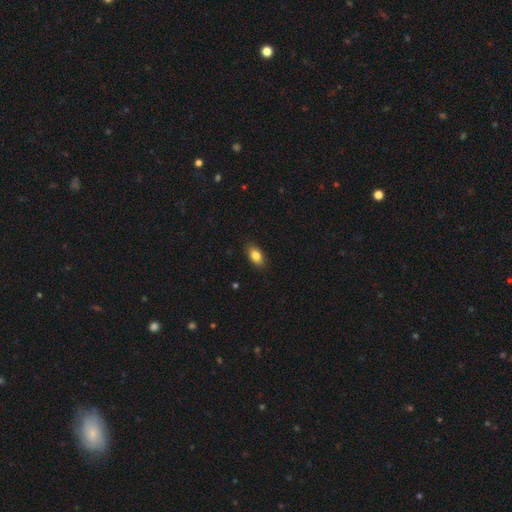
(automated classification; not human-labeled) Overall: smooth (83%). How rounded: in between (89%). Merging: none (88%).